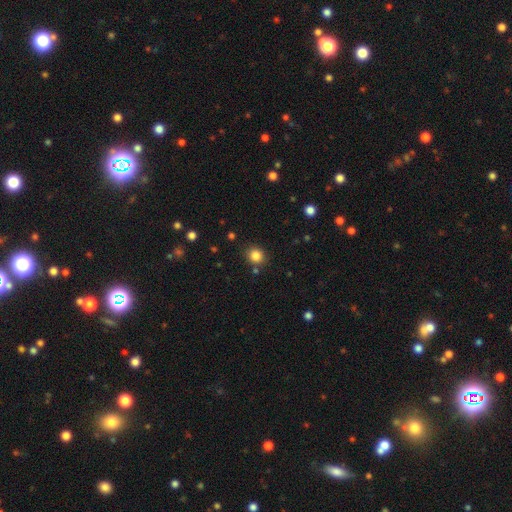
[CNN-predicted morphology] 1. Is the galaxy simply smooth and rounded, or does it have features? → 84% smooth, 11% star or artifact, 4% featured or disk.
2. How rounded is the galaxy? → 84% round, 15% in between, 1% cigar-shaped.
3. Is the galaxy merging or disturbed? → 84% none, 9% minor disturbance, 4% merger, 3% major disturbance.